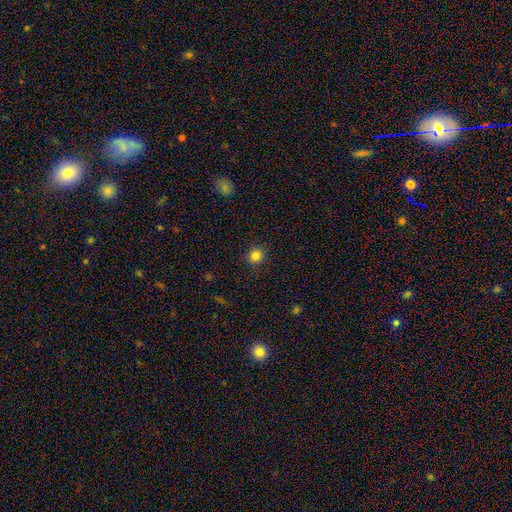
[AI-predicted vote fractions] Smooth or featured: smooth — 82% (star or artifact — 13%)
How rounded: round — 94% (in between — 5%)
Merging: none — 91% (minor disturbance — 6%)